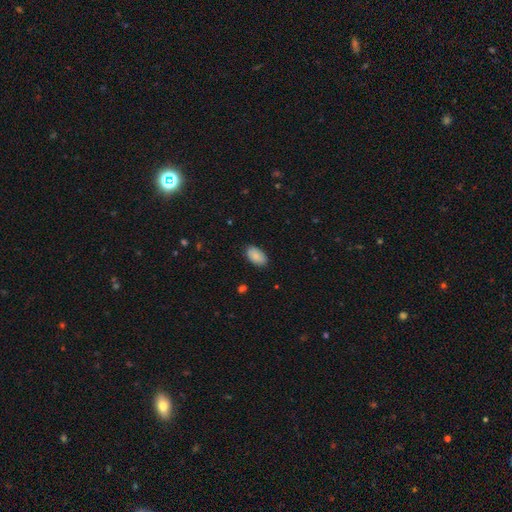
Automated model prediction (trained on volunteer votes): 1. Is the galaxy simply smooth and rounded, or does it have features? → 86% smooth, 7% featured or disk, 7% star or artifact.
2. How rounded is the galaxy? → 95% in between, 4% round, 2% cigar-shaped.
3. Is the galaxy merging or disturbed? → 86% none, 11% minor disturbance, 2% major disturbance, 1% merger.